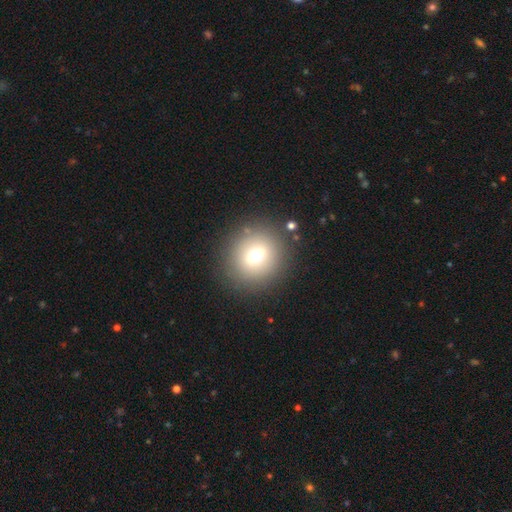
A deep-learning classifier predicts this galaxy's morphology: type=smooth (68%); roundness=round (88%); merging=none (85%).